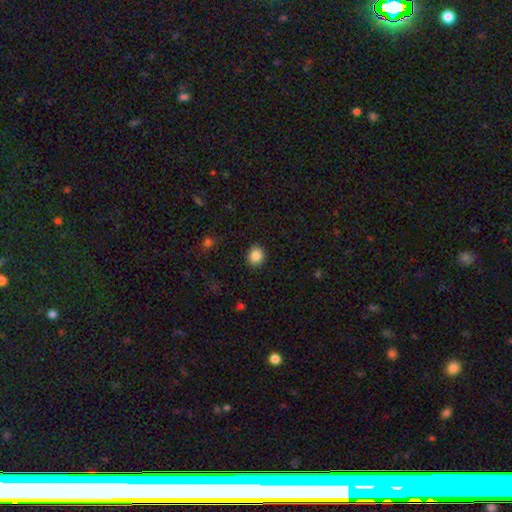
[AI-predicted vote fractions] Smooth or featured?
  - smooth: 87% *
  - star or artifact: 9%
  - featured or disk: 4%
How rounded?
  - round: 75% *
  - in between: 24%
  - cigar-shaped: 1%
Merging?
  - none: 90% *
  - minor disturbance: 7%
  - major disturbance: 2%
  - merger: 1%